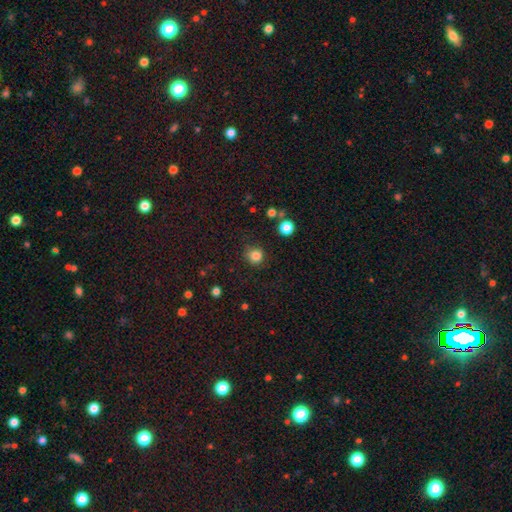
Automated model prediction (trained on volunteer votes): Smooth or featured: smooth — 83% (star or artifact — 12%)
How rounded: round — 90% (in between — 9%)
Merging: none — 84% (minor disturbance — 10%)